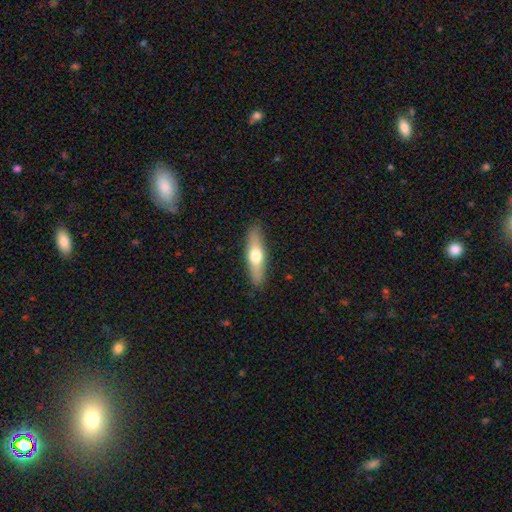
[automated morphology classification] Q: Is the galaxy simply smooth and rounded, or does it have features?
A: smooth — 53%.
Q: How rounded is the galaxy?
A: cigar-shaped — 66%.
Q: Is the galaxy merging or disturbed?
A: none — 88%.